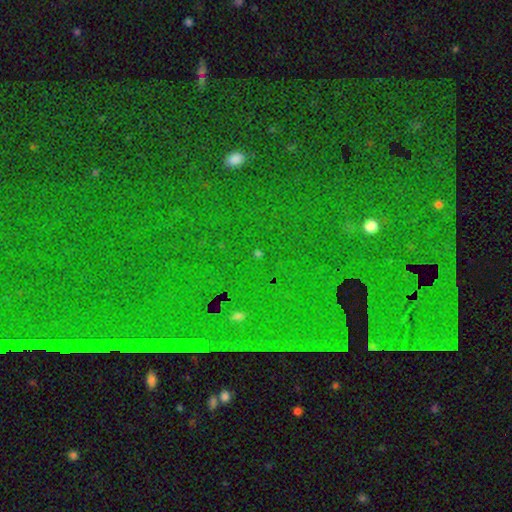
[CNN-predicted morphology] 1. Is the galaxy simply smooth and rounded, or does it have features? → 83% star or artifact, 9% smooth, 7% featured or disk.